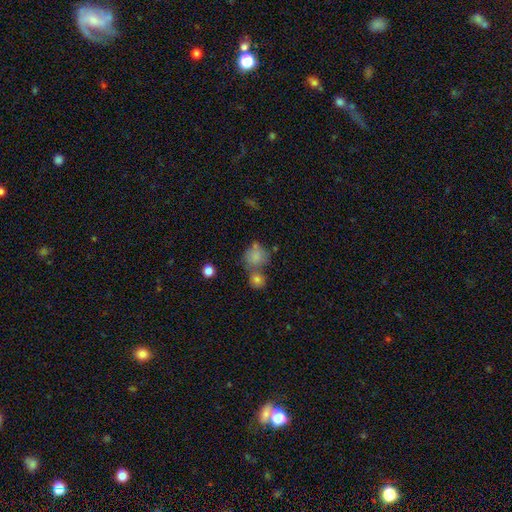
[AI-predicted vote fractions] This is likely a smooth galaxy (77%). How rounded: likely round (66%). Merging: marginally merger (38%, tied with none).